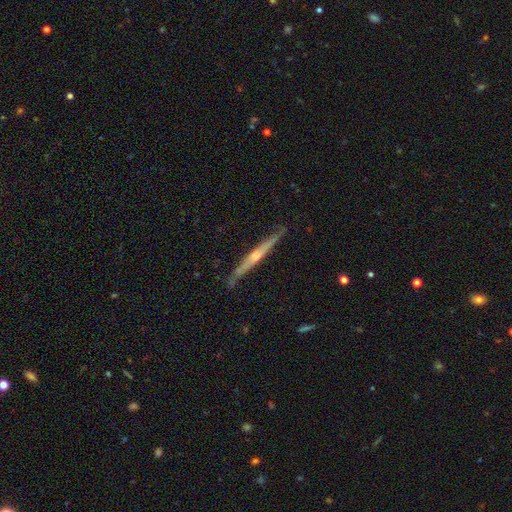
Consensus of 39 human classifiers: Overall: featured or disk (69%). Edge-on disk: yes (96%). Edge-on bulge: rounded (54%; none 31%). Merging: none (76%).